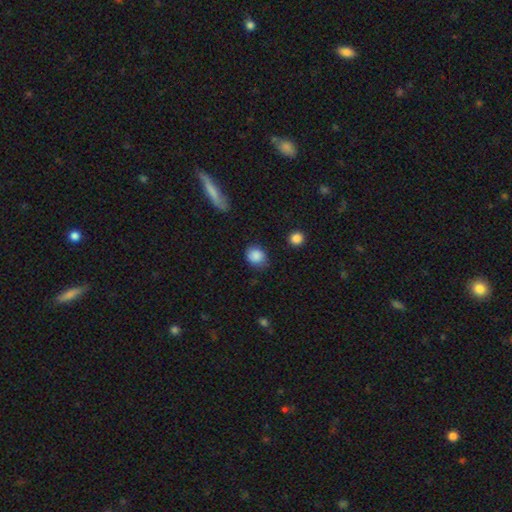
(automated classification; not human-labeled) Smooth or featured?
  - smooth: 86% *
  - star or artifact: 9%
  - featured or disk: 5%
How rounded?
  - round: 65% *
  - in between: 34%
  - cigar-shaped: 1%
Merging?
  - none: 74% *
  - minor disturbance: 20%
  - major disturbance: 5%
  - merger: 2%